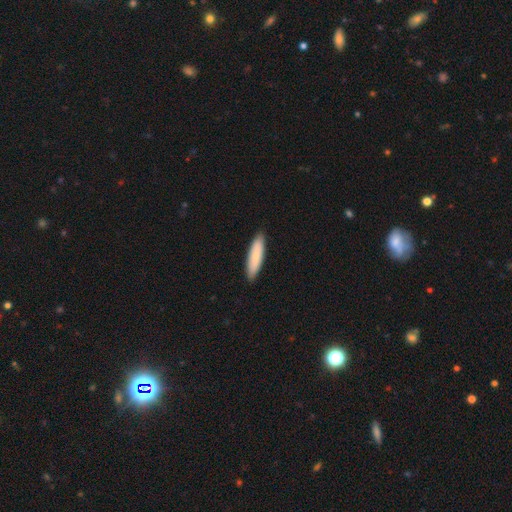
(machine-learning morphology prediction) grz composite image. It shows a smooth galaxy with no disk features (85%) that is cigar-shaped (73%). Merging: none (90%).